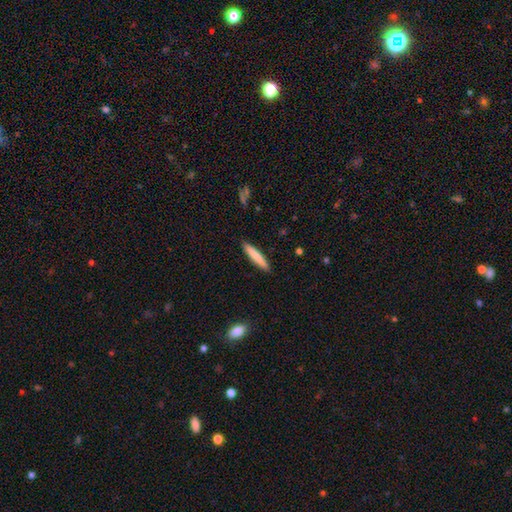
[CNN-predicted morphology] Overall: smooth (80%). How rounded: cigar-shaped (92%). Merging: none (90%).